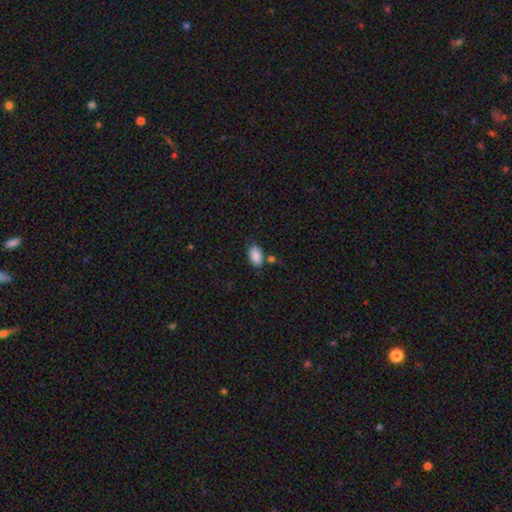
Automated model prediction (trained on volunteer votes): This is clearly a smooth galaxy (89%). How rounded: clearly in between (94%). Merging: likely none (73%).